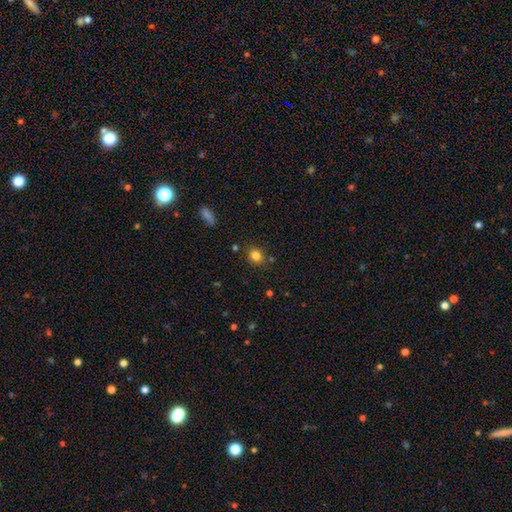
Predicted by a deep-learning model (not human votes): smooth 81%, star or artifact 12%, featured or disk 7%. Down the decision tree: how rounded — round (69%); merging — none (83%).